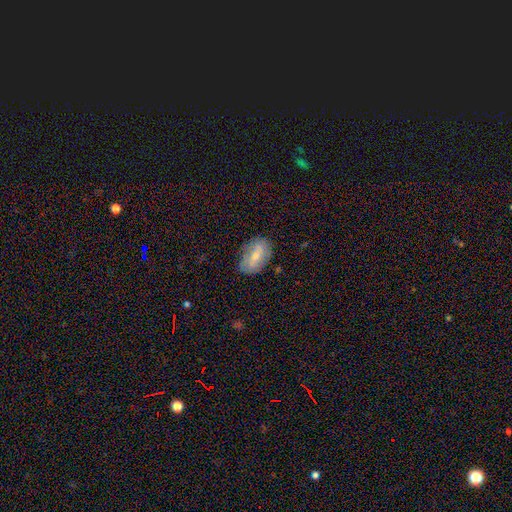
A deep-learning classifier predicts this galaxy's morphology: The model was most divided on "smooth or featured": smooth: 57%, featured or disk: 36%, star or artifact: 7%. More confident: how rounded — in between (89%); merging — none (76%).